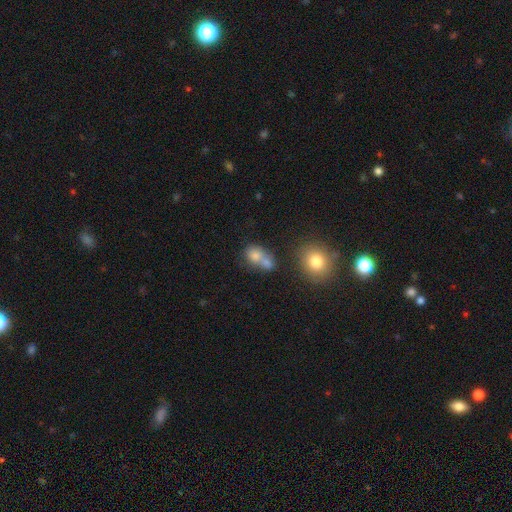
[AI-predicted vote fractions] Smooth or featured: smooth — 75% (featured or disk — 14%)
How rounded: in between — 53% (round — 45%)
Merging: merger — 56% (none — 28%)